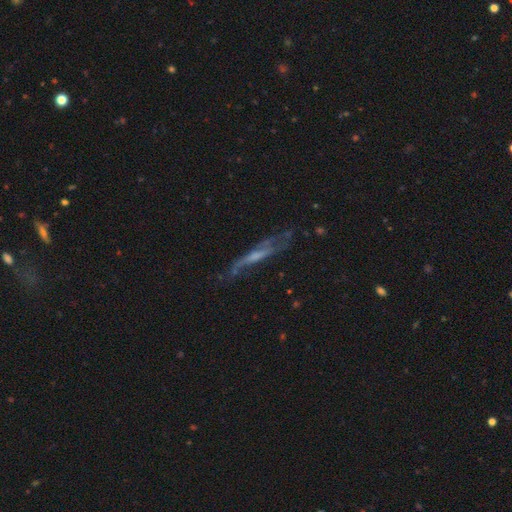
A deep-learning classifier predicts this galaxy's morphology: Overall: featured or disk (67%). Edge-on disk: yes (56%; no 44%). Merging: none (56%; minor disturbance 23%).